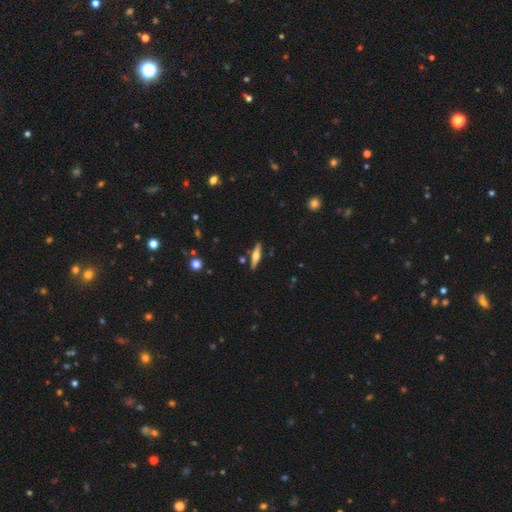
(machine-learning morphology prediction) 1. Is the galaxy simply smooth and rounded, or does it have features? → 50% featured or disk, 43% smooth, 6% star or artifact.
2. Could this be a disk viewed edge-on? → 94% yes, 6% no.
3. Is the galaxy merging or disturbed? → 86% none, 9% minor disturbance, 3% merger, 2% major disturbance.